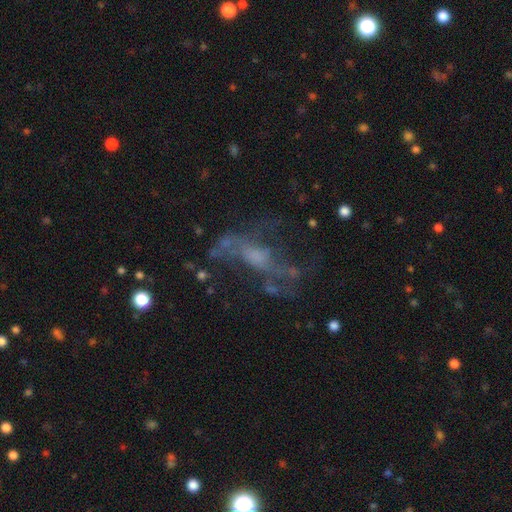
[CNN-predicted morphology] featured or disk 63%, star or artifact 19%, smooth 18%. Down the decision tree: edge-on disk — no (88%); bar — no (65%); spiral arms — no (53%); bulge size — none (33%); merging — none (48%).